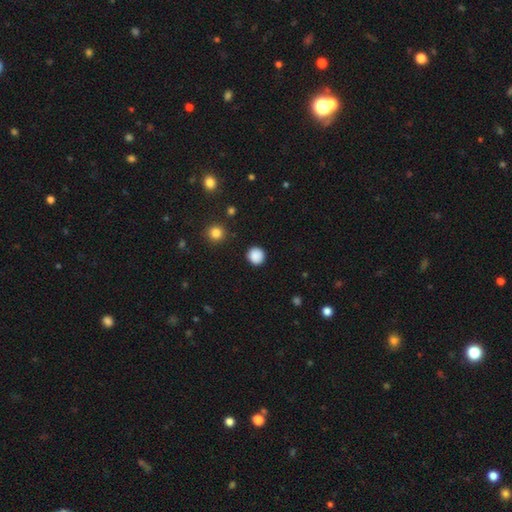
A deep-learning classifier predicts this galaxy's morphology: This is clearly a smooth galaxy (88%). How rounded: clearly round (93%). Merging: clearly none (91%).